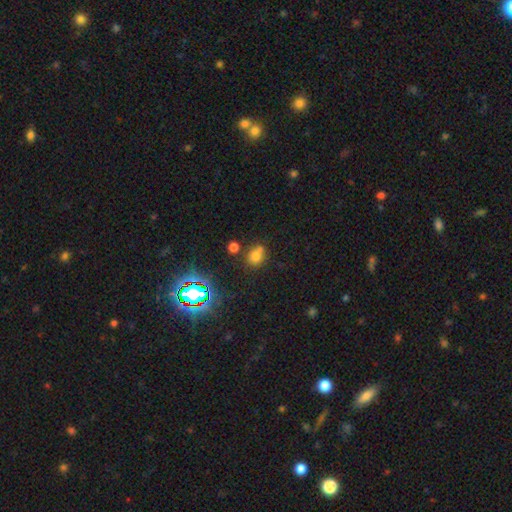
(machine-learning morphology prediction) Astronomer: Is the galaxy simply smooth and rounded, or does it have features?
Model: smooth — 67%.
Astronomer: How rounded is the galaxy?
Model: round — 56% (runner-up: in between, 42%).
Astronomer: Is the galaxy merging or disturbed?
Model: none — 60%.